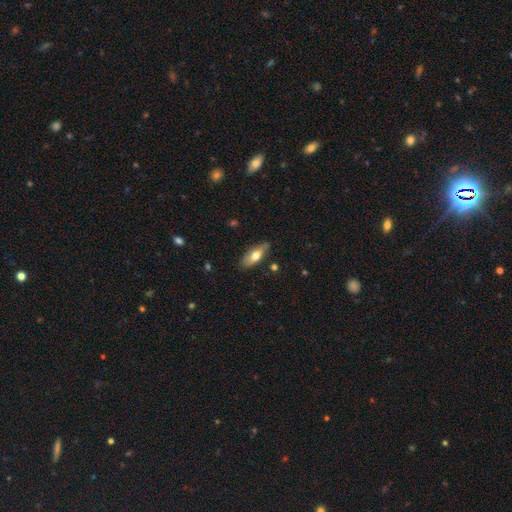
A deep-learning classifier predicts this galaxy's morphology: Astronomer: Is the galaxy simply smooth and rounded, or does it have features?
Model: smooth — 63%.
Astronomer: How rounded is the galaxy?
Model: in between — 72%.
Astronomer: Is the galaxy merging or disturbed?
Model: none — 78%.